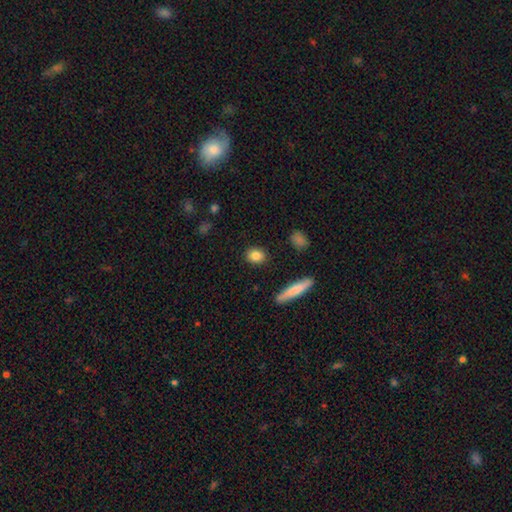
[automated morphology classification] This is clearly a smooth galaxy (85%). How rounded: possibly round (50%). Merging: clearly none (90%).